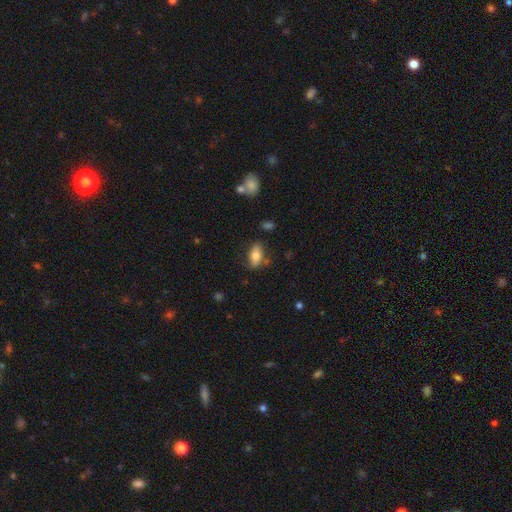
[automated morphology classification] A smooth galaxy with no disk features (74%) that is in between round and cigar-shaped (85%). Merging: none (72%).